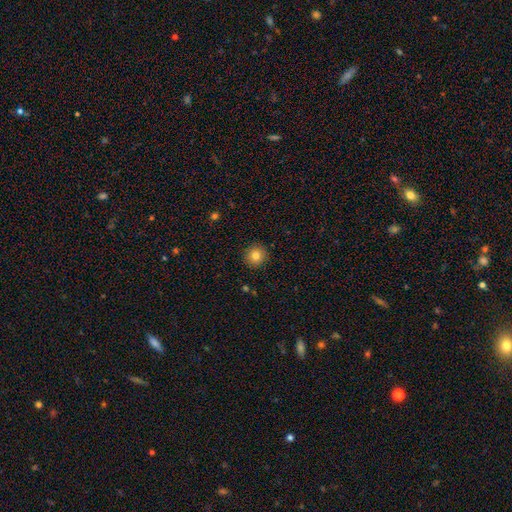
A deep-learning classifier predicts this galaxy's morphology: type=smooth (81%); roundness=round (95%); merging=none (92%).